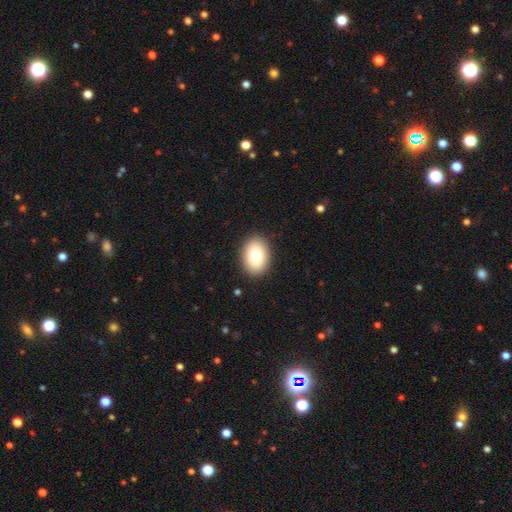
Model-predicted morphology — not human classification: Q: Smooth or featured?
A: smooth (77%); runner-up: featured or disk (15%)
Q: How rounded?
A: in between (77%); runner-up: round (22%)
Q: Merging?
A: none (90%); runner-up: minor disturbance (7%)